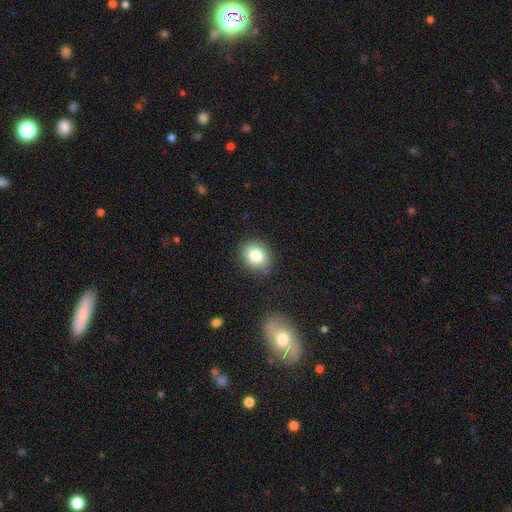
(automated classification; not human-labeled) Smooth or featured? Predicted: smooth (p=0.80). How rounded? Predicted: round (p=0.57). Merging? Predicted: none (p=0.86).